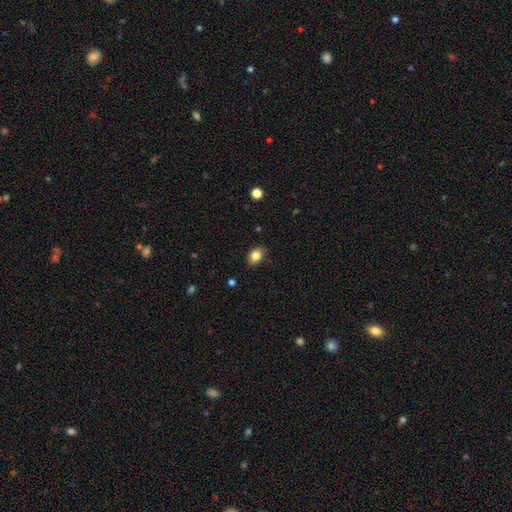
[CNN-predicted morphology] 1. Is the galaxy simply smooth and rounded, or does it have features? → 83% smooth, 9% star or artifact, 8% featured or disk.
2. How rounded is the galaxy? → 80% in between, 19% round, 1% cigar-shaped.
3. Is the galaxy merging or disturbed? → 85% none, 12% minor disturbance, 2% major disturbance, 1% merger.